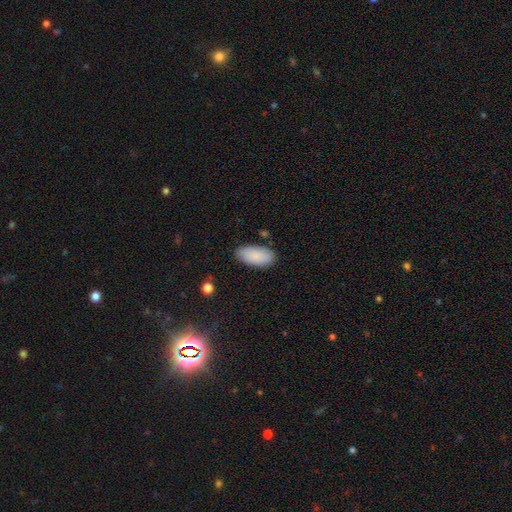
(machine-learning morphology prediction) Smooth or featured?
  - smooth: 88% *
  - star or artifact: 6%
  - featured or disk: 6%
How rounded?
  - in between: 93% *
  - cigar-shaped: 5%
  - round: 2%
Merging?
  - none: 82% *
  - minor disturbance: 13%
  - major disturbance: 3%
  - merger: 2%